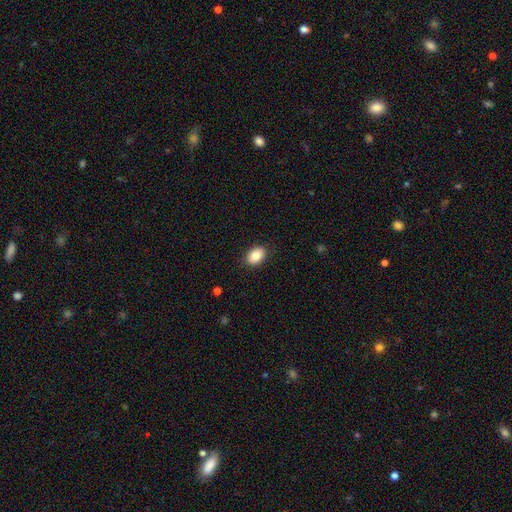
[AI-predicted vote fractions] smooth-or-featured: smooth: 86% | star or artifact: 8% | featured or disk: 7%
  how-rounded: in between: 84% | round: 15% | cigar-shaped: 1%
  merging: none: 88% | minor disturbance: 9% | major disturbance: 2% | merger: 1%